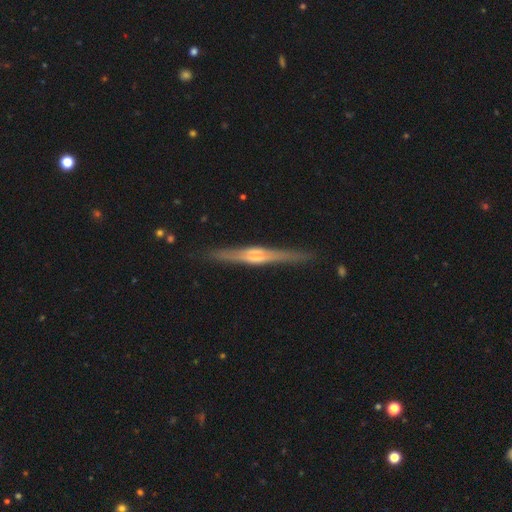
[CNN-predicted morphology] Q: Smooth or featured?
A: featured or disk (76%); runner-up: smooth (18%)
Q: Edge-on disk?
A: yes (97%); runner-up: no (3%)
Q: Edge-on bulge?
A: rounded (60%); runner-up: boxy (25%)
Q: Merging?
A: none (86%); runner-up: minor disturbance (10%)